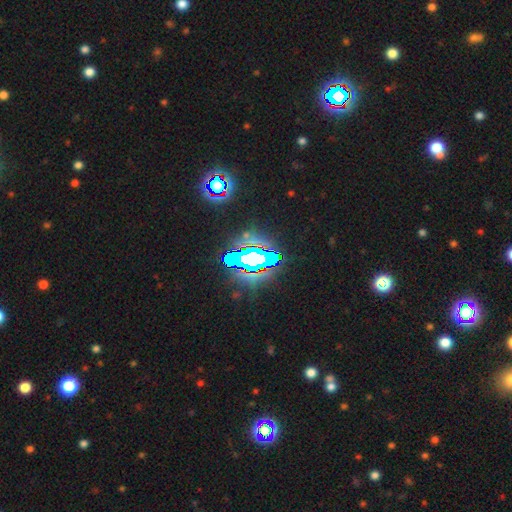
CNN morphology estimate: This is likely a star or artifact rather than a galaxy (65%).